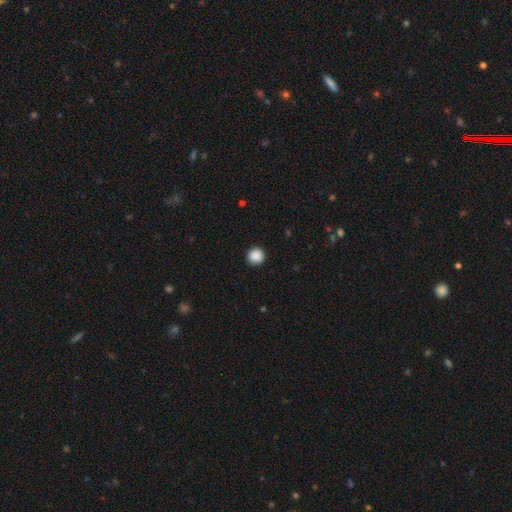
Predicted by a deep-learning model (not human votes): This appears to be a smooth galaxy with no disk features (89%) that is round (95%). Merging: none (93%).